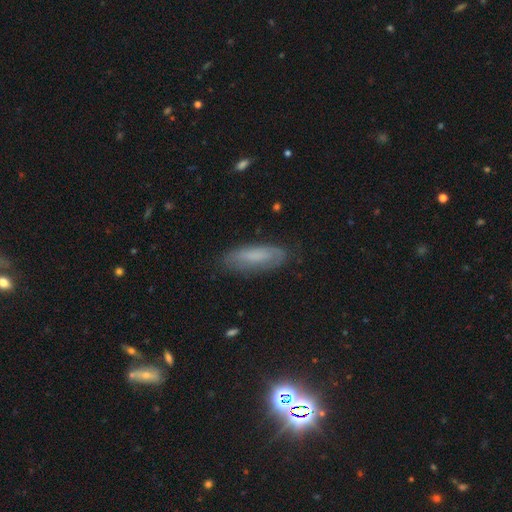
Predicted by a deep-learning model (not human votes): Smooth or featured: smooth — 63% (featured or disk — 26%)
How rounded: in between — 59% (cigar-shaped — 39%)
Merging: none — 76% (minor disturbance — 18%)